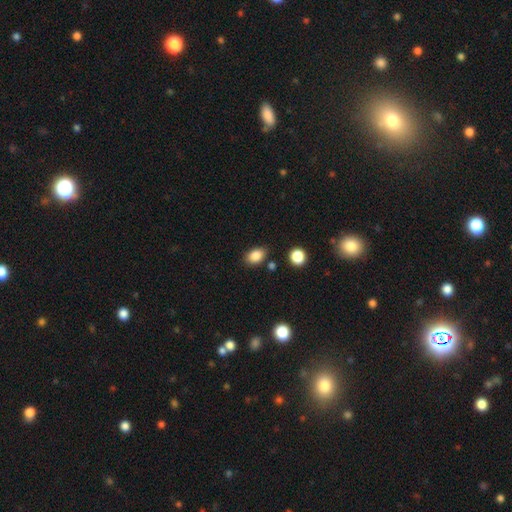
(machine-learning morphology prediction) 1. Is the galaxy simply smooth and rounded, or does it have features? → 86% smooth, 10% star or artifact, 5% featured or disk.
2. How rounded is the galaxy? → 79% in between, 20% round, 1% cigar-shaped.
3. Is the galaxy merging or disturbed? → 78% none, 14% minor disturbance, 5% merger, 3% major disturbance.